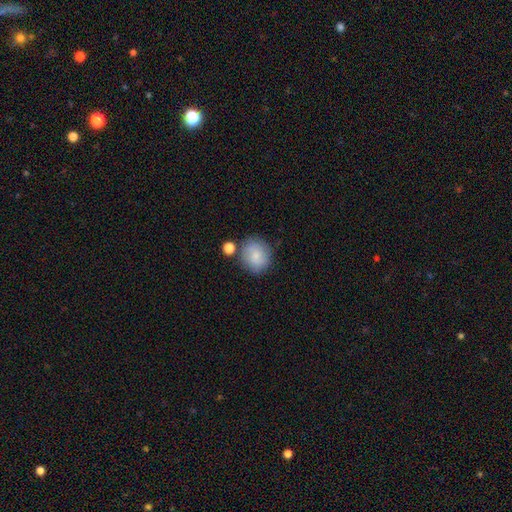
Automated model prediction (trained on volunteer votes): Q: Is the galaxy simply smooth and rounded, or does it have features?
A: smooth — 80%.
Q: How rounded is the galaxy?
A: round — 81%.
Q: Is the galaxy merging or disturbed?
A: none — 71%.